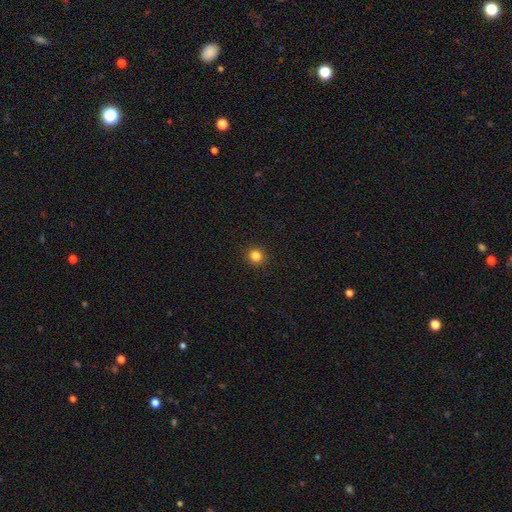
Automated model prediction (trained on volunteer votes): A smooth galaxy with no disk features (82%) that is round (93%).

Vote fractions:
- Smooth or featured? smooth: 82% / star or artifact: 13% / featured or disk: 4%
- How rounded? round: 93% / in between: 6% / cigar-shaped: 1%
- Merging? none: 93% / minor disturbance: 5% / major disturbance: 2% / merger: 1%